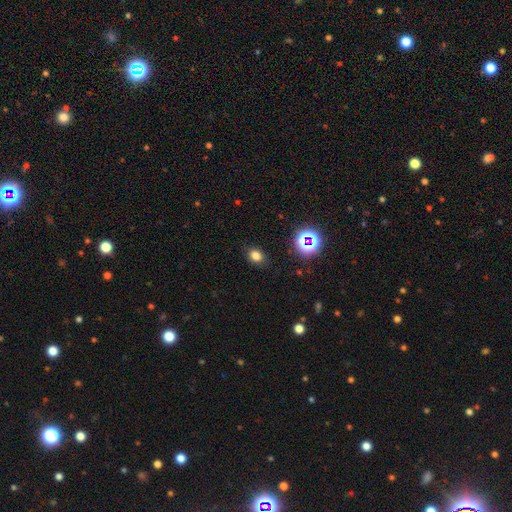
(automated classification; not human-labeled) This appears to be a smooth galaxy with no disk features (76%) that is in between round and cigar-shaped (63%). Merging: none (84%).